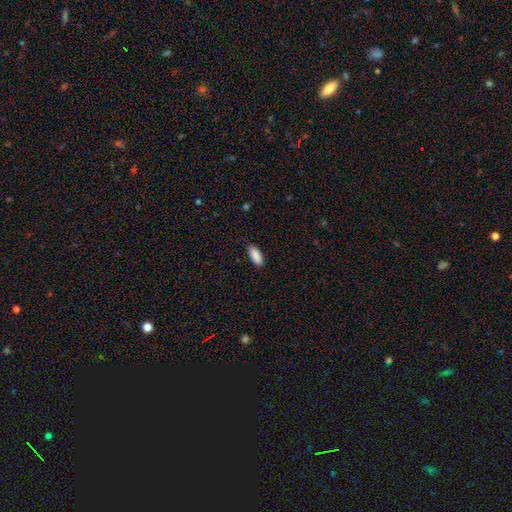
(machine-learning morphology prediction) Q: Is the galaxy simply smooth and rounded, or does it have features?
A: smooth — 90%.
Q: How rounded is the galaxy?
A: in between — 81%.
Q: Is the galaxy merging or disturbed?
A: none — 89%.